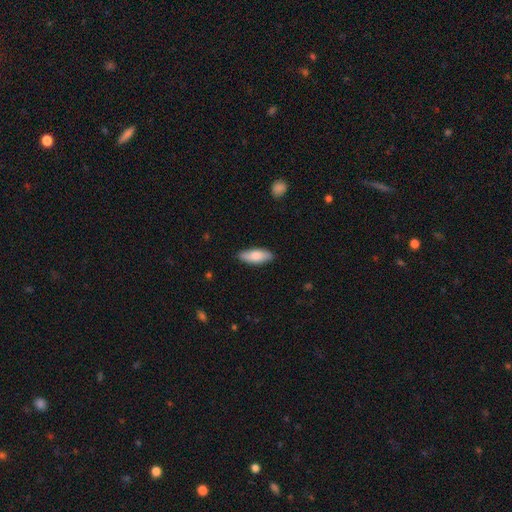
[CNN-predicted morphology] Smooth or featured? Predicted: smooth (p=0.80). How rounded? Predicted: in between (p=0.72). Merging? Predicted: none (p=0.86).